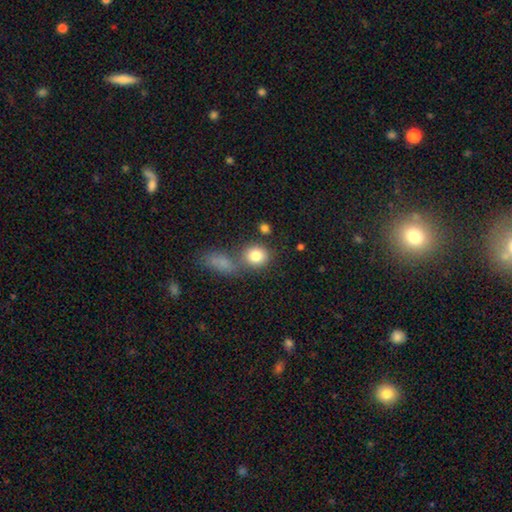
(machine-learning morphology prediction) This is clearly a smooth galaxy (82%). How rounded: likely round (72%). Merging: possibly none (54%).